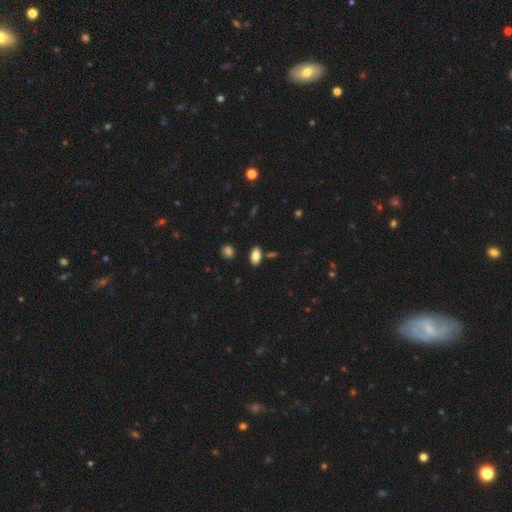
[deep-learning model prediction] smooth-or-featured: smooth: 84% | star or artifact: 8% | featured or disk: 8%
  how-rounded: in between: 92% | round: 4% | cigar-shaped: 4%
  merging: none: 83% | minor disturbance: 9% | merger: 5% | major disturbance: 2%